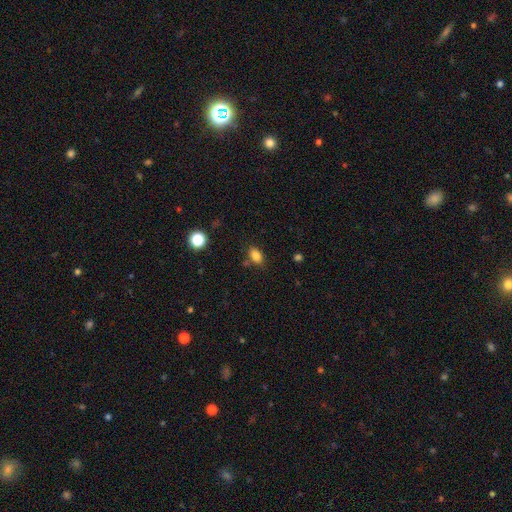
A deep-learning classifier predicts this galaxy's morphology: A smooth galaxy with no disk features (84%) that is in between round and cigar-shaped (82%). Merging: none (77%).